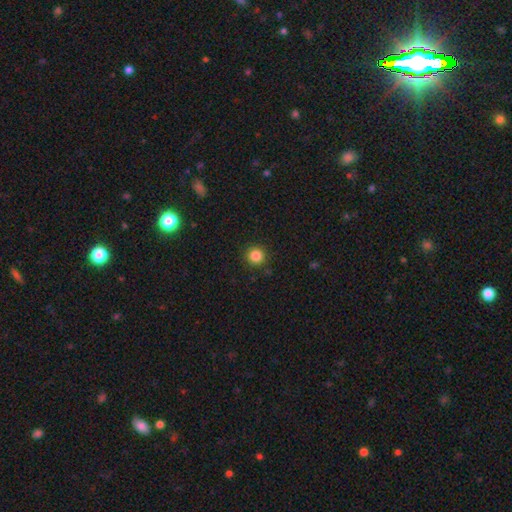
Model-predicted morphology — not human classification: smooth-or-featured: smooth: 84% | star or artifact: 12% | featured or disk: 4%
  how-rounded: round: 95% | in between: 4% | cigar-shaped: 1%
  merging: none: 91% | minor disturbance: 6% | major disturbance: 2% | merger: 1%